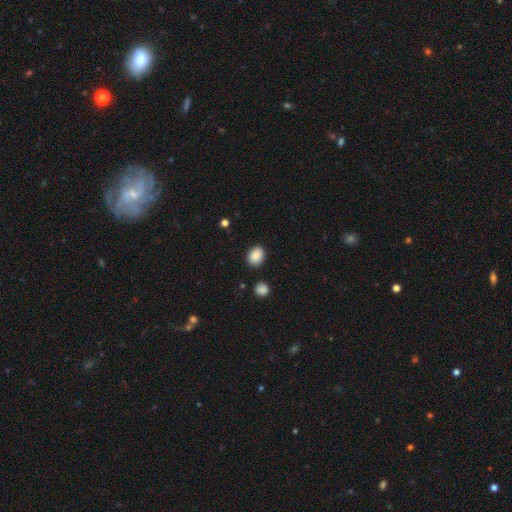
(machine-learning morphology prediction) A smooth galaxy with no disk features (88%) that is in between round and cigar-shaped (54%). Merging: none (85%).